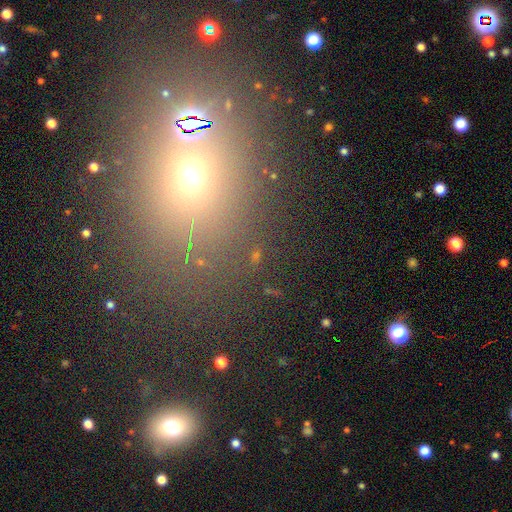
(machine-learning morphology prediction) Smooth or featured? Predicted: star or artifact (p=0.47).